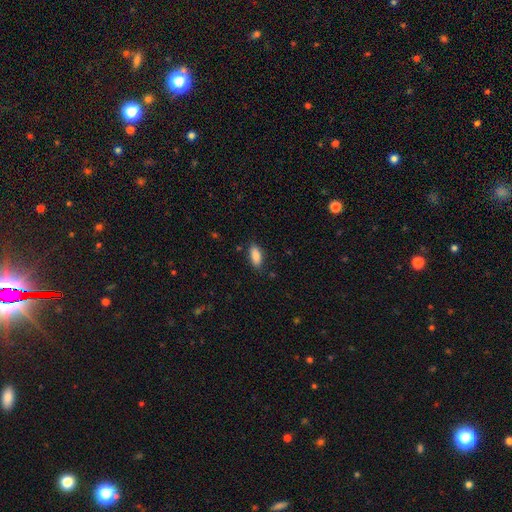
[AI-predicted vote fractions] Smooth or featured? smooth (89%)
How rounded? in between (87%)
Merging? none (83%)